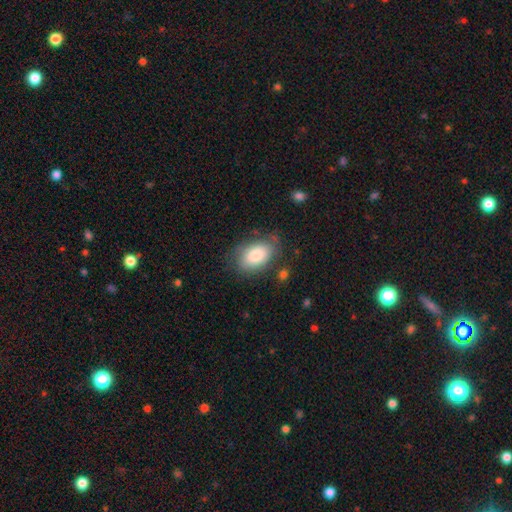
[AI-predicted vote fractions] This appears to be a smooth galaxy with no disk features (82%) that is in between round and cigar-shaped (89%). Merging: none (70%).